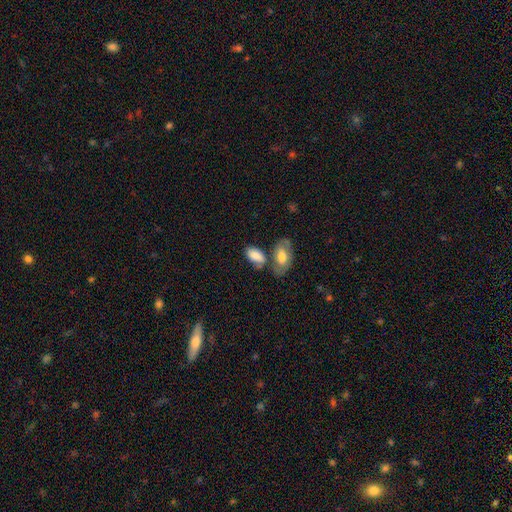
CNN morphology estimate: This appears to be a smooth galaxy with no disk features (80%) that is in between round and cigar-shaped (93%). Merging: none (49%).